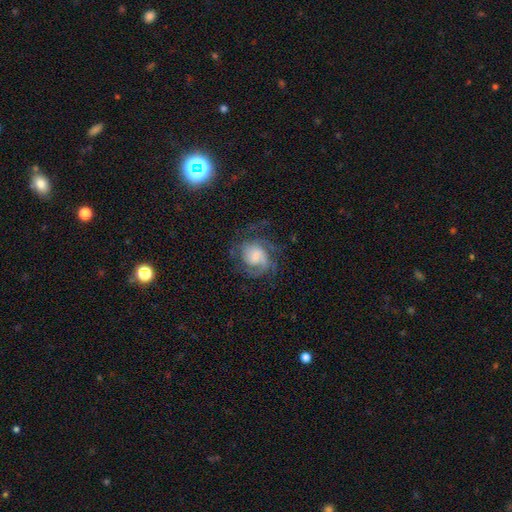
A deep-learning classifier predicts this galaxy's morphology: A featured or disk galaxy (77%) with no bar (54%), 2 (30%) medium (45%) spiral arms (94%) and a small central bulge (43%).

Vote fractions:
- Smooth or featured? featured or disk: 77% / smooth: 16% / star or artifact: 7%
- Edge-on disk? no: 98% / yes: 2%
- Bar? no: 54% / weak: 38% / strong: 8%
- Spiral arms? yes: 94% / no: 6%
- Spiral winding? medium: 45% / tight: 38% / loose: 18%
- Spiral arm count? 2: 30% / can't tell: 24% / 3: 24% / 1: 8% / 4: 8% / more than 4: 5%
- Bulge size? small: 43% / moderate: 32% / large: 14% / none: 8% / dominant: 3%
- Merging? none: 61% / major disturbance: 20% / minor disturbance: 18% / merger: 1%